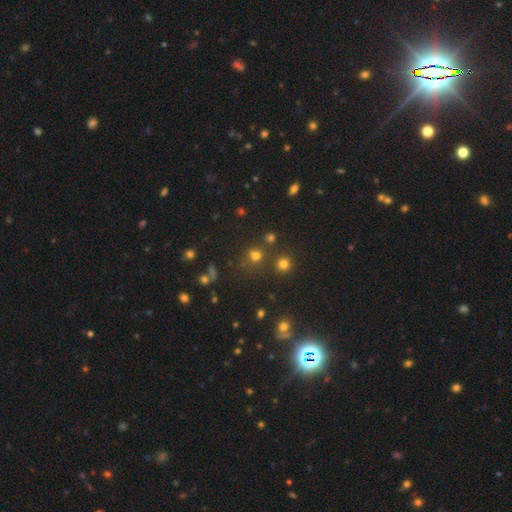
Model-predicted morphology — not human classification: A smooth galaxy with no disk features (65%) that is round (83%). Merging: none (67%).